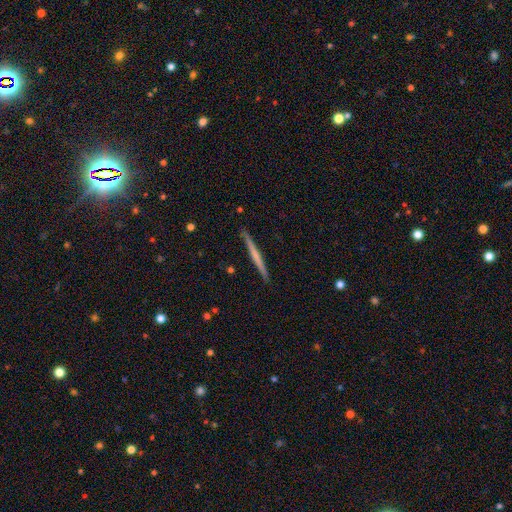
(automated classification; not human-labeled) This appears to be a featured or disk galaxy (53%) viewed edge-on (98%) with no central bulge (76%). Merging: none (91%).